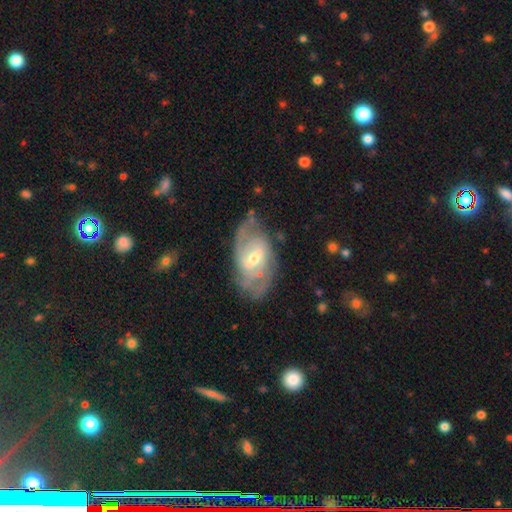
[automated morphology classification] A featured or disk galaxy (83%) with a weak bar (56%), 2 (55%) medium (42%, tied with tight) spiral arms (92%) and a moderate central bulge (49%).

Vote fractions:
- Smooth or featured? featured or disk: 83% / smooth: 12% / star or artifact: 6%
- Edge-on disk? no: 95% / yes: 5%
- Bar? weak: 56% / strong: 24% / no: 20%
- Spiral arms? yes: 92% / no: 8%
- Spiral winding? medium: 42% (tied) / tight: 42% (tied) / loose: 15%
- Spiral arm count? 2: 55% / can't tell: 24% / 3: 11% / 1: 4% / 4: 4% / more than 4: 3%
- Bulge size? moderate: 49% / small: 46% / large: 3% / none: 1% / dominant: 1%
- Merging? none: 68% / minor disturbance: 21% / major disturbance: 9% / merger: 2%